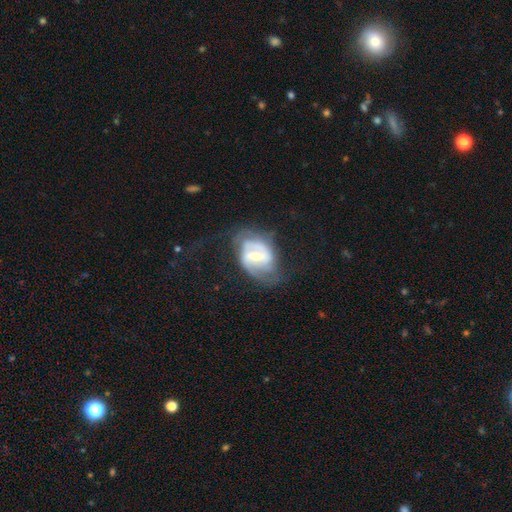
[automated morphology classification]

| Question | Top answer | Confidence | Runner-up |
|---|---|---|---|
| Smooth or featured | featured or disk | 82% | smooth (12%) |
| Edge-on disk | no | 96% | yes (4%) |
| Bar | weak | 43% | strong (41%) |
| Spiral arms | yes | 89% | no (11%) |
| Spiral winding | medium | 44% | loose (29%) |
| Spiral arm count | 2 | 74% | can't tell (14%) |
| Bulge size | moderate | 52% | small (43%) |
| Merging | none | 57% | minor disturbance (22%) |